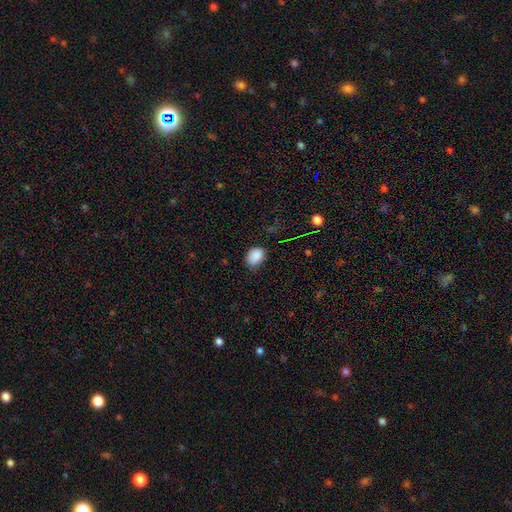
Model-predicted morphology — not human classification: smooth 86%, star or artifact 10%, featured or disk 4%. Down the decision tree: how rounded — in between (60%); merging — none (68%).